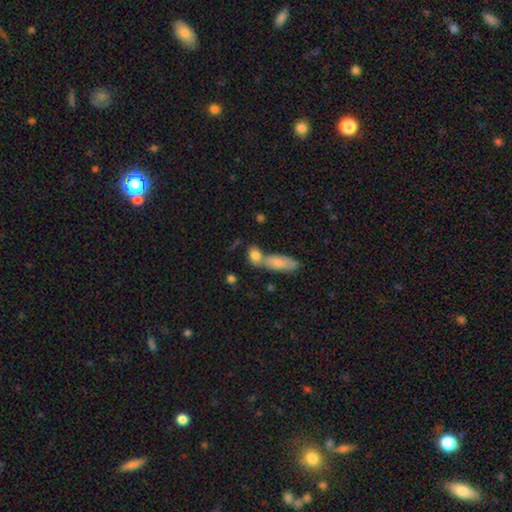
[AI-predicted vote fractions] Overall: smooth (80%). How rounded: in between (63%; round 26%). Merging: none (44%; merger 41%).